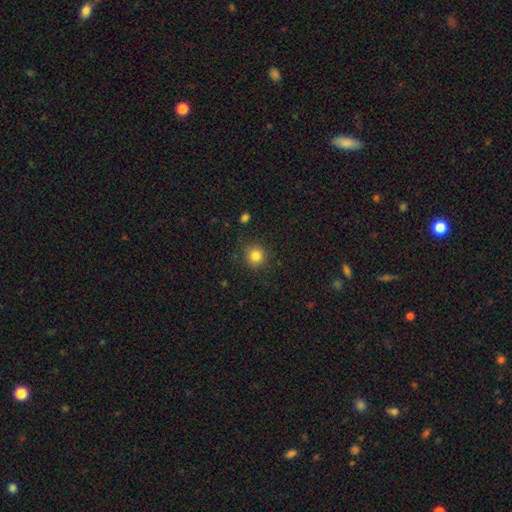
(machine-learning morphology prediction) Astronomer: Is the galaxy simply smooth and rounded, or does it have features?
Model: smooth — 83%.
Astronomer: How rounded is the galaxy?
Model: round — 92%.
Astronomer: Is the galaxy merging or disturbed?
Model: none — 88%.